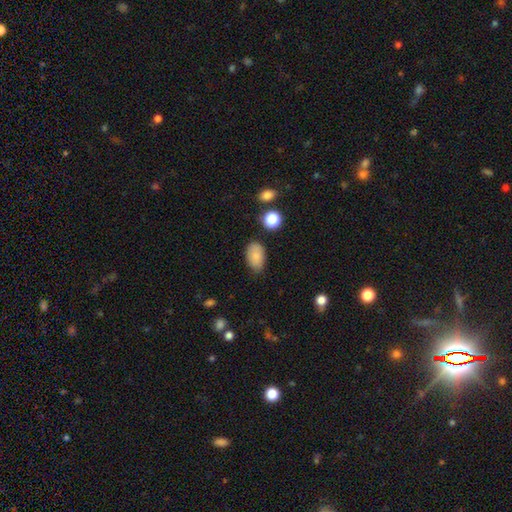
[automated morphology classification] This is clearly a smooth galaxy (82%). How rounded: clearly in between (91%). Merging: likely none (76%).